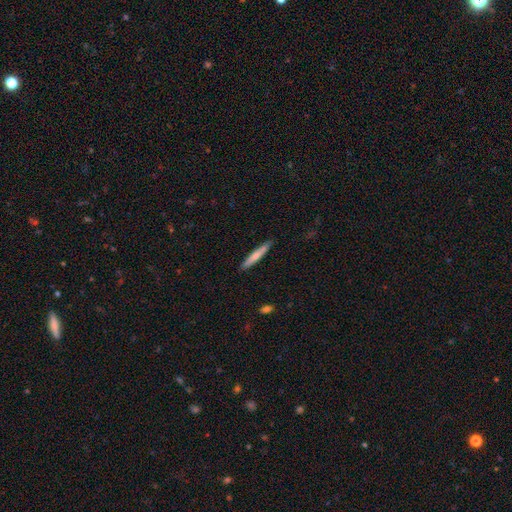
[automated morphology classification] smooth 69%, featured or disk 26%, star or artifact 5%. Down the decision tree: how rounded — cigar-shaped (94%); merging — none (88%).